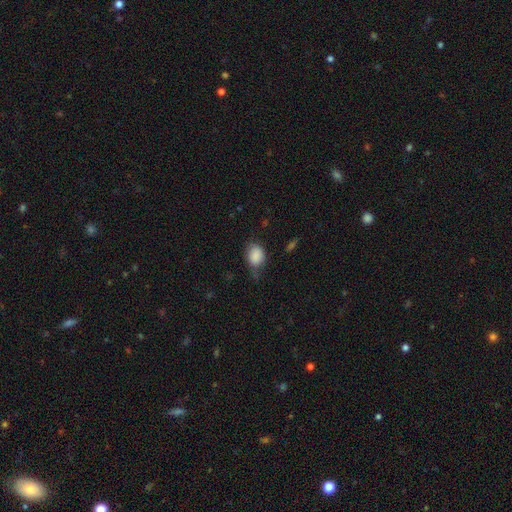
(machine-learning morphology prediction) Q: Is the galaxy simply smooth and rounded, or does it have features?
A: smooth — 84%.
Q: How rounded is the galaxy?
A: in between — 61%.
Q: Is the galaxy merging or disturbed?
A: none — 46%.